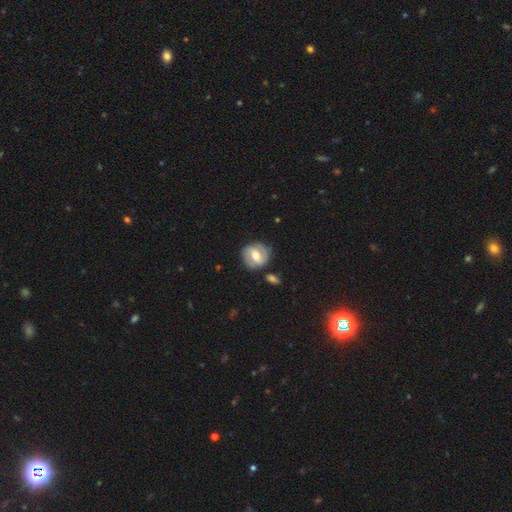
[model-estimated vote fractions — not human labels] This appears to be a featured or disk galaxy (63%) with a weak bar (49%), spiral arms (79%) and a moderate central bulge (74%). Merging: none (78%).